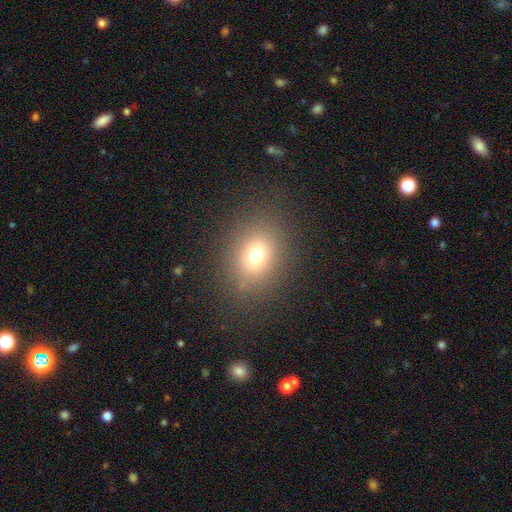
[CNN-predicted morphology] Smooth or featured? Predicted: smooth (p=0.71). How rounded? Predicted: round (p=0.55). Merging? Predicted: none (p=0.84).